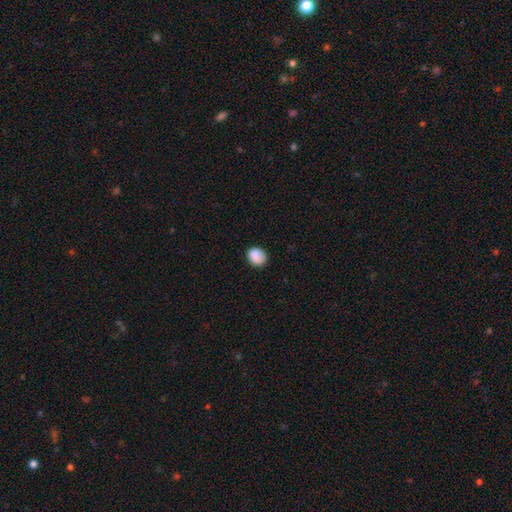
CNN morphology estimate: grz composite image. It shows a smooth galaxy with no disk features (88%) that is round (63%). Merging: none (81%).